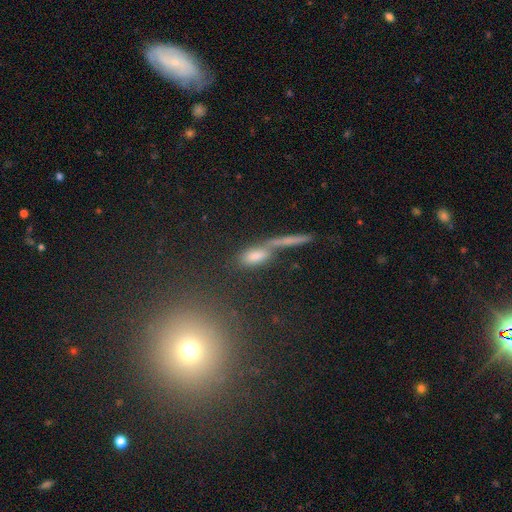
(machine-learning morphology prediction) A smooth galaxy with no disk features (64%) that is in between round and cigar-shaped (64%).

Vote fractions:
- Smooth or featured? smooth: 64% / featured or disk: 19% / star or artifact: 17%
- How rounded? in between: 64% / cigar-shaped: 27% / round: 9%
- Merging? none: 42% / merger: 38% / minor disturbance: 11% / major disturbance: 9%